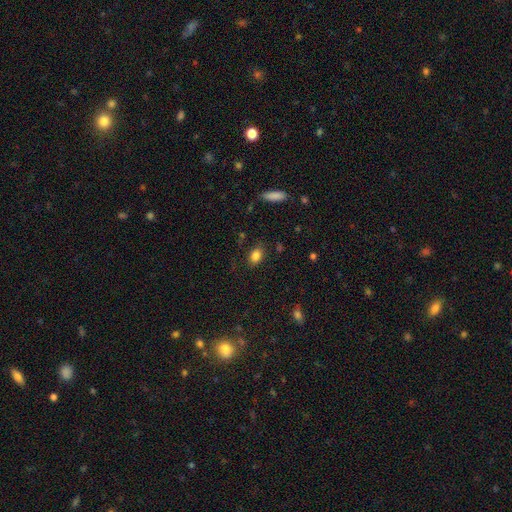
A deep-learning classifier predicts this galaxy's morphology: Smooth or featured? smooth (84%)
How rounded? in between (79%)
Merging? none (80%)